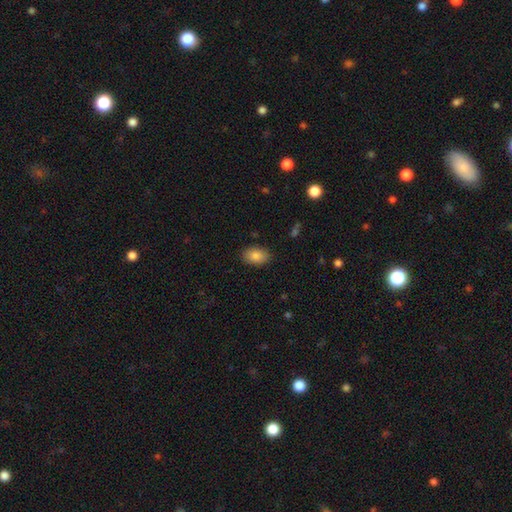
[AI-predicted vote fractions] Smooth or featured?
  - smooth: 84% *
  - featured or disk: 8%
  - star or artifact: 8%
How rounded?
  - in between: 87% *
  - round: 12%
  - cigar-shaped: 1%
Merging?
  - none: 87% *
  - minor disturbance: 10%
  - major disturbance: 2%
  - merger: 1%